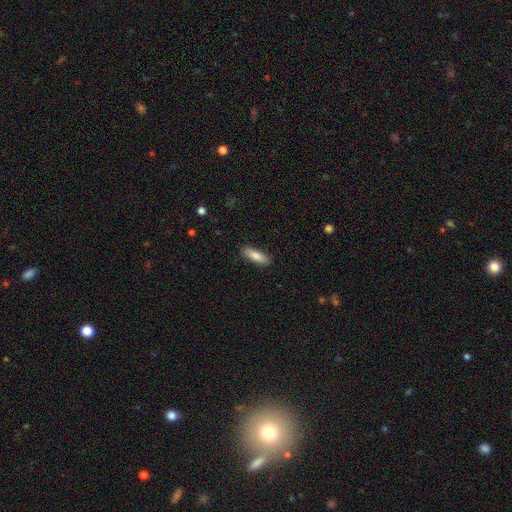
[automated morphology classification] Smooth or featured: smooth — 84% (featured or disk — 10%)
How rounded: in between — 53% (cigar-shaped — 45%)
Merging: none — 88% (minor disturbance — 9%)